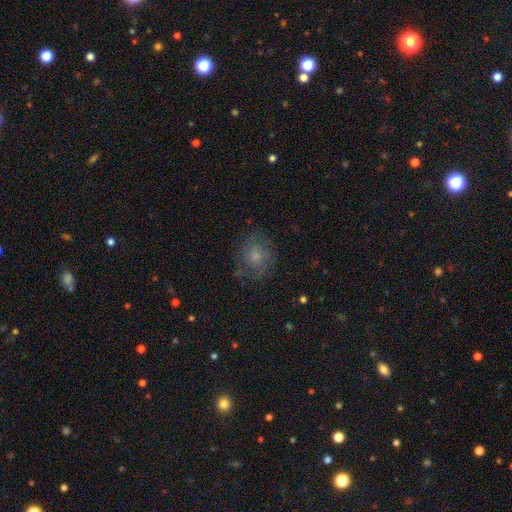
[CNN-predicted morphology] Smooth or featured: featured or disk — 45% (smooth — 43%)
Merging: none — 74% (minor disturbance — 17%)